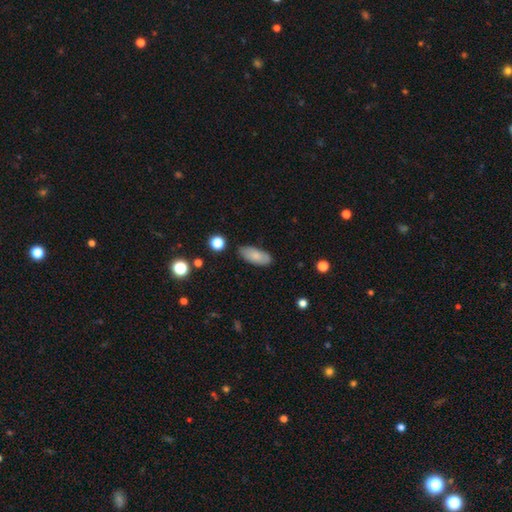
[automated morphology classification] Smooth or featured: smooth — 81% (featured or disk — 12%)
How rounded: in between — 85% (cigar-shaped — 13%)
Merging: none — 81% (minor disturbance — 14%)